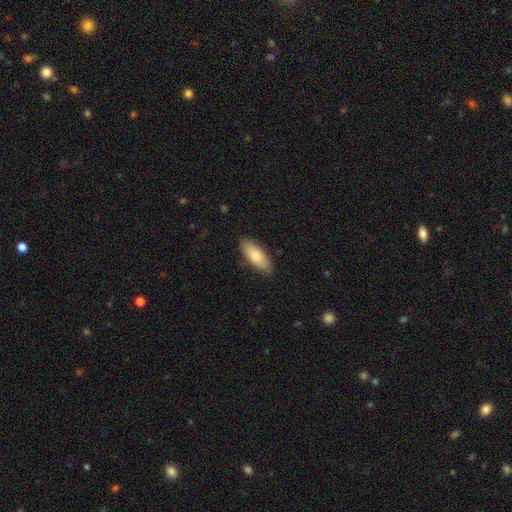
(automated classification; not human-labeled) Smooth or featured?
  - smooth: 80% *
  - featured or disk: 14%
  - star or artifact: 6%
How rounded?
  - in between: 80% *
  - cigar-shaped: 18%
  - round: 2%
Merging?
  - none: 86% *
  - minor disturbance: 11%
  - major disturbance: 2%
  - merger: 1%